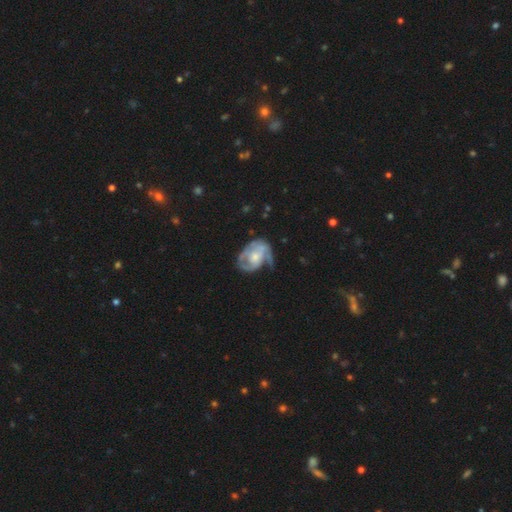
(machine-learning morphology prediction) Smooth or featured: featured or disk — 74% (smooth — 21%)
Edge-on disk: no — 97% (yes — 3%)
Bar: no — 70% (weak — 24%)
Spiral arms: yes — 78% (no — 22%)
Spiral winding: tight — 42% (medium — 37%)
Spiral arm count: 2 — 41% (can't tell — 25%)
Bulge size: moderate — 45% (small — 39%)
Merging: none — 40% (minor disturbance — 29%)